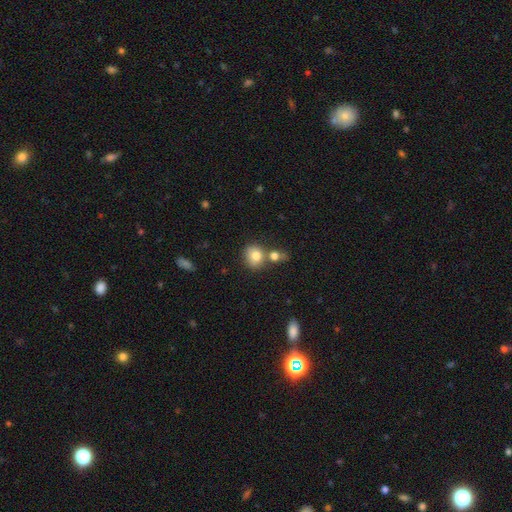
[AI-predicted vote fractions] Smooth or featured: smooth — 81% (featured or disk — 10%)
How rounded: round — 75% (in between — 24%)
Merging: none — 53% (merger — 32%)